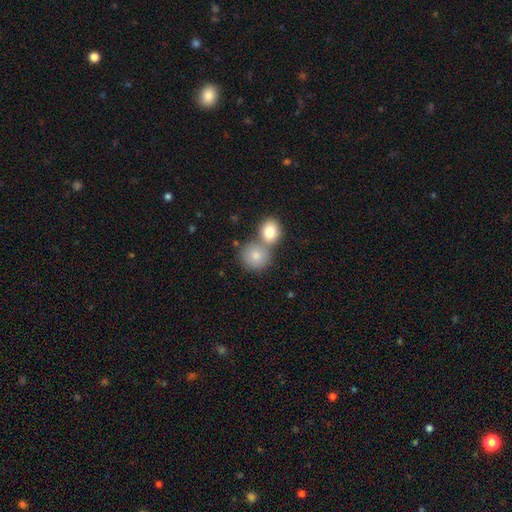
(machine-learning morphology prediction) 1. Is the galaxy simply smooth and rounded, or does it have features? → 83% smooth, 9% featured or disk, 8% star or artifact.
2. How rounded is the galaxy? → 85% round, 14% in between, 1% cigar-shaped.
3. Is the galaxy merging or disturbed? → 48% merger, 42% none, 7% minor disturbance, 3% major disturbance.